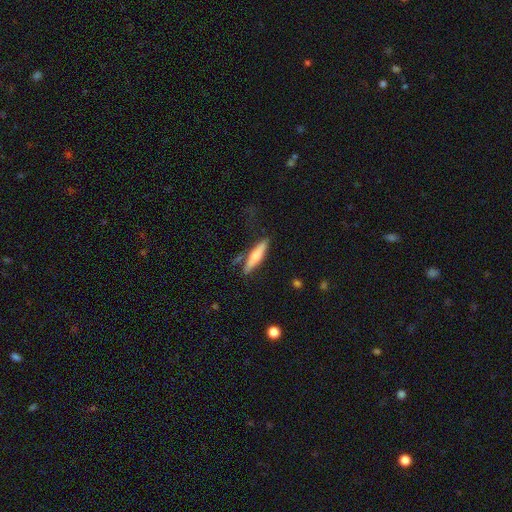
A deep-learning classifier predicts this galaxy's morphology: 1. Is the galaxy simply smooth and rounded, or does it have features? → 60% smooth, 34% featured or disk, 6% star or artifact.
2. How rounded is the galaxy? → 82% cigar-shaped, 16% in between, 2% round.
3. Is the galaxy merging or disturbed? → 72% none, 17% minor disturbance, 6% merger, 5% major disturbance.